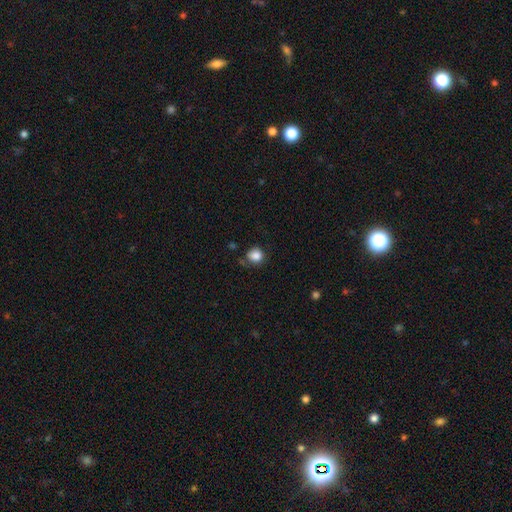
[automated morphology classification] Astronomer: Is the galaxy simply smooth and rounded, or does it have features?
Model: smooth — 85%.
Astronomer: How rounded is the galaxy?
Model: round — 77%.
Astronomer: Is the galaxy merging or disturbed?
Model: none — 64%.